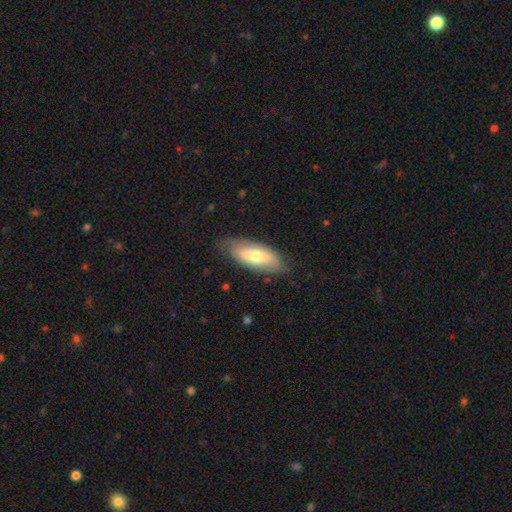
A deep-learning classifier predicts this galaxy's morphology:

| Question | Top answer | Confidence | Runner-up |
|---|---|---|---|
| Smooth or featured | smooth | 58% | featured or disk (36%) |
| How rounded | in between | 80% | cigar-shaped (18%) |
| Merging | none | 77% | minor disturbance (17%) |